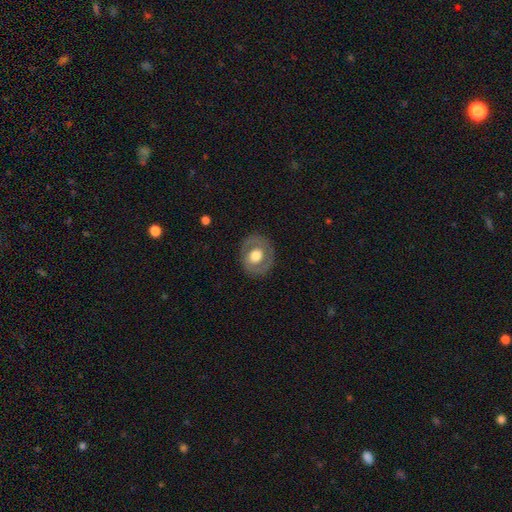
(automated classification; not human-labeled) This appears to be a featured or disk galaxy (49%). Merging: none (80%).